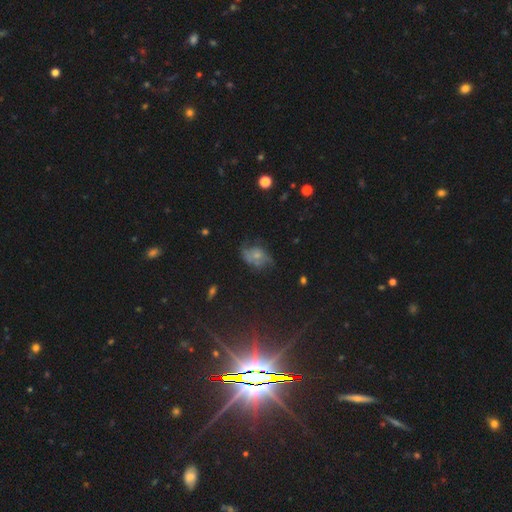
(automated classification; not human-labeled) Smooth or featured?
  - featured or disk: 47% *
  - smooth: 37%
  - star or artifact: 16%
Merging?
  - none: 46% *
  - minor disturbance: 29%
  - major disturbance: 22%
  - merger: 3%